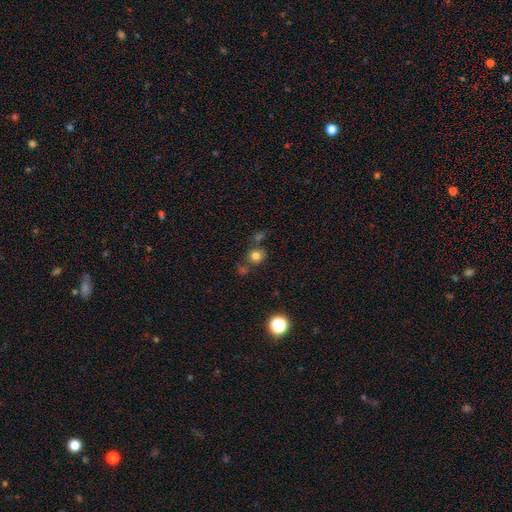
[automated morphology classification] Smooth or featured? smooth (77%)
How rounded? round (83%)
Merging? none (68%)